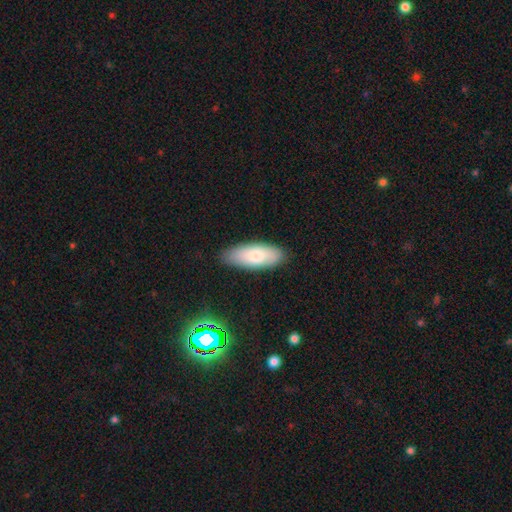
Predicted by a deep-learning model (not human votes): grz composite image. It shows a smooth galaxy with no disk features (76%) that is in between round and cigar-shaped (78%). Merging: none (84%).